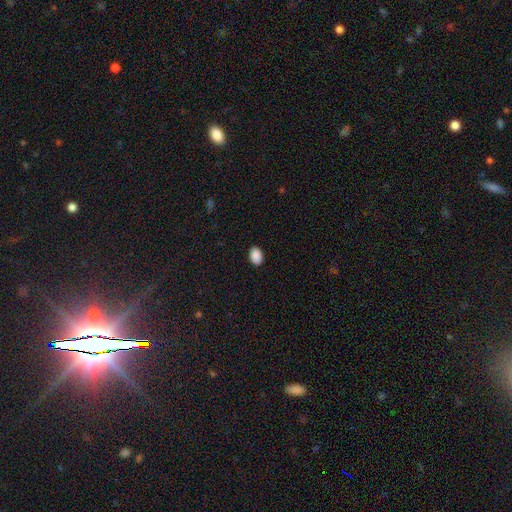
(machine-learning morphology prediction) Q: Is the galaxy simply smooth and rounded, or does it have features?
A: smooth — 90%.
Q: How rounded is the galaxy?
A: in between — 82%.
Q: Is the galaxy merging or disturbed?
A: none — 89%.